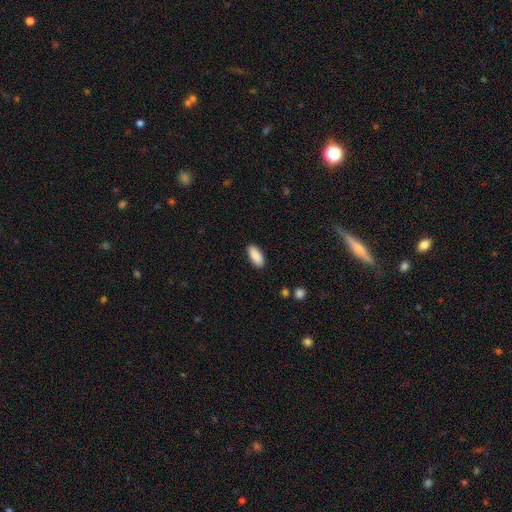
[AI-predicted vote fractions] This appears to be a smooth galaxy with no disk features (90%) that is in between round and cigar-shaped (86%). Merging: none (89%).